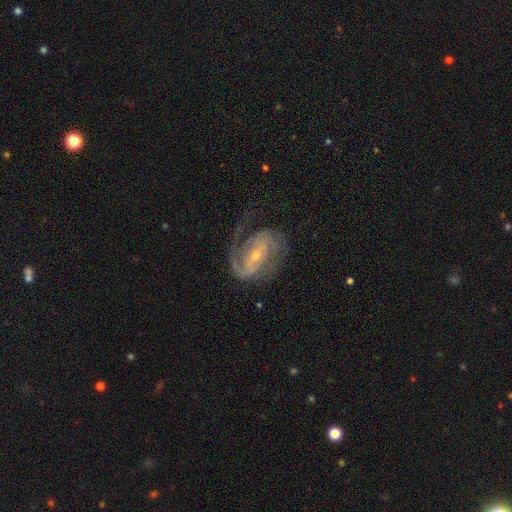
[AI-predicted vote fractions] The model was most divided on "bar": weak: 42%, strong: 30%, no: 28%. Remaining: edge-on disk — no (97%); spiral arms — yes (96%); smooth or featured — featured or disk (89%); spiral arm count — 2 (64%); bulge size — small (63%); merging — none (59%); spiral winding — medium (47%).